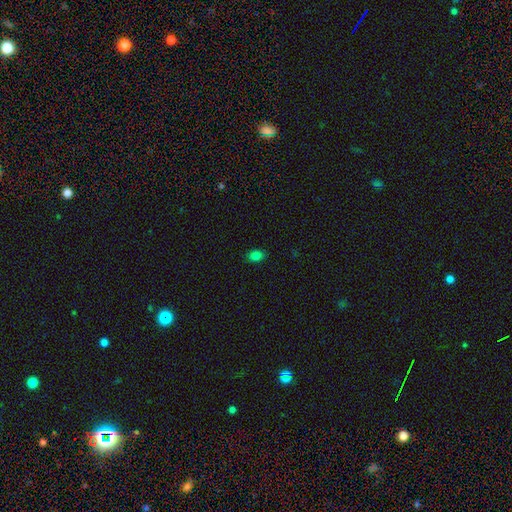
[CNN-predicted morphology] This appears to be a smooth galaxy with no disk features (81%) that is in between round and cigar-shaped (78%). Merging: none (87%).